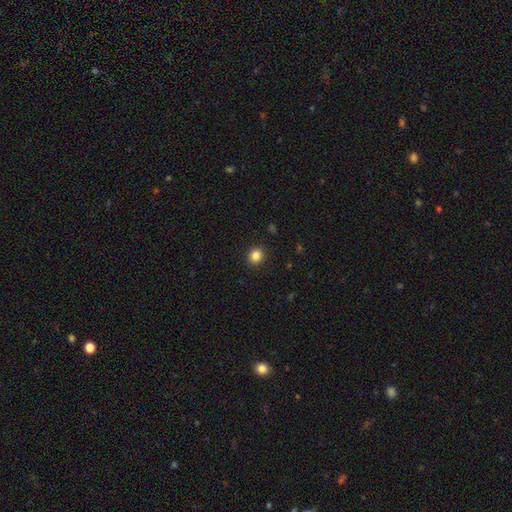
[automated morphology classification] smooth_or_featured: smooth (p=0.85) [alt: star or artifact p=0.11]
how_rounded: round (p=0.81) [alt: in between p=0.19]
merging: none (p=0.92) [alt: minor disturbance p=0.05]